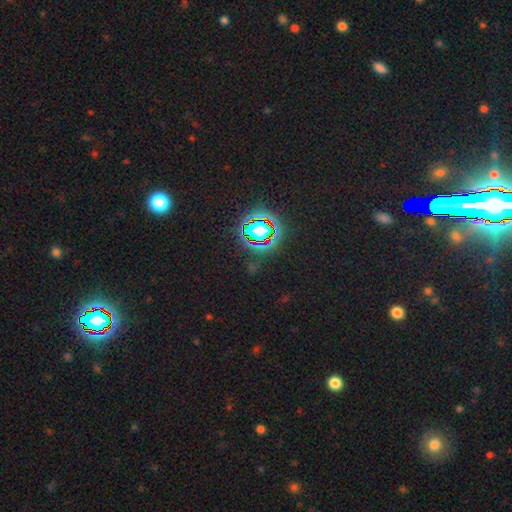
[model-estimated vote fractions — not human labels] Smooth or featured?
  - star or artifact: 83% *
  - smooth: 10%
  - featured or disk: 8%